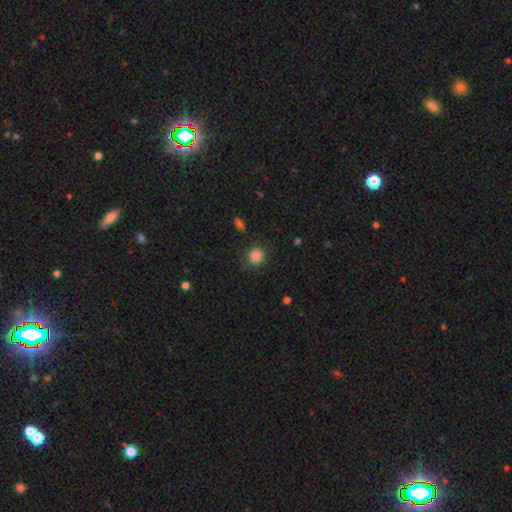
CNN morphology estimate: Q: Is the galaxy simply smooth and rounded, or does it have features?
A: smooth — 86%.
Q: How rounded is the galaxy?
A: round — 88%.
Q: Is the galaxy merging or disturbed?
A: none — 82%.